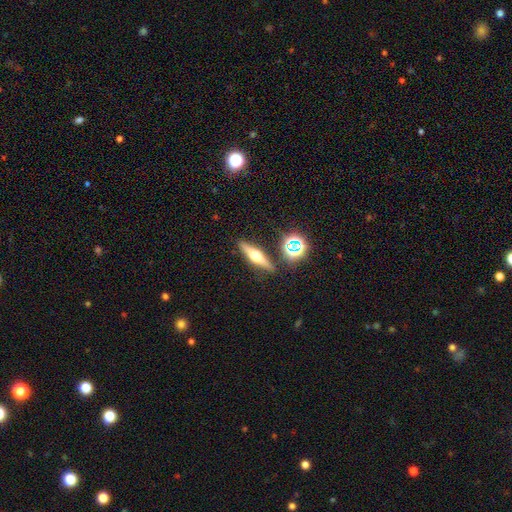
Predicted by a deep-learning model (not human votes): Overall: featured or disk (57%; smooth 31%). Edge-on disk: yes (93%). Edge-on bulge: rounded (94%). Merging: none (86%).